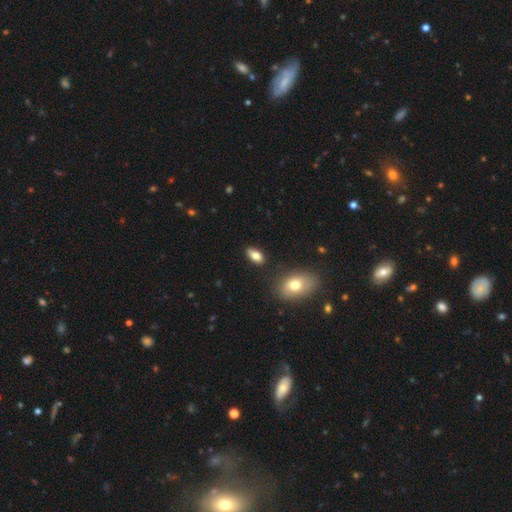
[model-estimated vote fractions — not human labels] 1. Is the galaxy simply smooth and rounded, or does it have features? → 80% smooth, 12% featured or disk, 8% star or artifact.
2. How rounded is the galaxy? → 88% in between, 8% cigar-shaped, 4% round.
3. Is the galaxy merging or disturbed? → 84% none, 10% minor disturbance, 3% merger, 3% major disturbance.